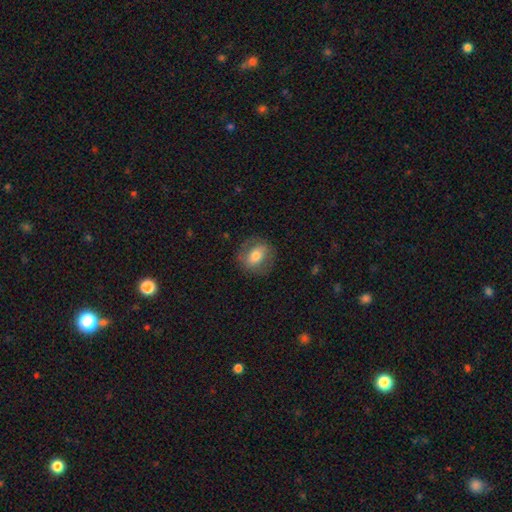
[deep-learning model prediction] This appears to be a smooth galaxy with no disk features (57%) that is round (59%). Merging: none (79%).